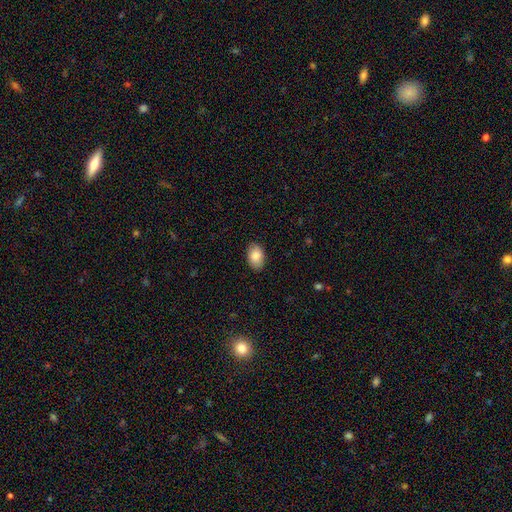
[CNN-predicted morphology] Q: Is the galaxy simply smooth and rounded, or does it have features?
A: smooth — 85%.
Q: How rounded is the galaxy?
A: in between — 89%.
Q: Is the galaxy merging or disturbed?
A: none — 88%.